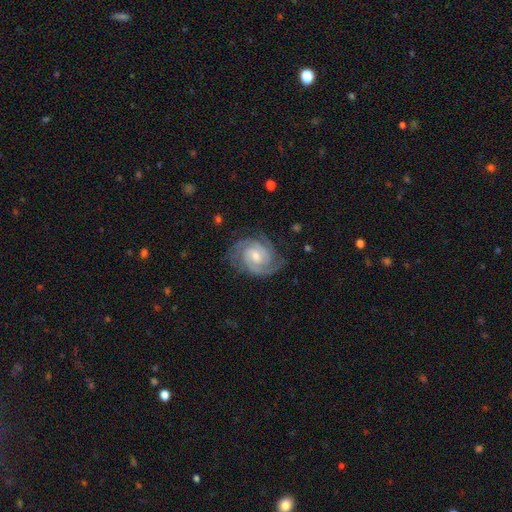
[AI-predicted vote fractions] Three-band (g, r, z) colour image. It shows a featured or disk galaxy (91%) with a weak bar (45%), 2 (50%) tight (66%) spiral arms (98%) and a small central bulge (49%). Merging: none (77%).